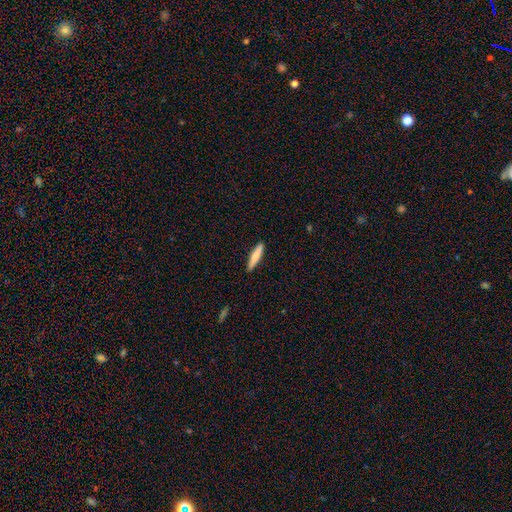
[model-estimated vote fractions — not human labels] The model was most divided on "smooth or featured": smooth: 74%, featured or disk: 20%, star or artifact: 6%. More confident: merging — none (90%); how rounded — cigar-shaped (88%).